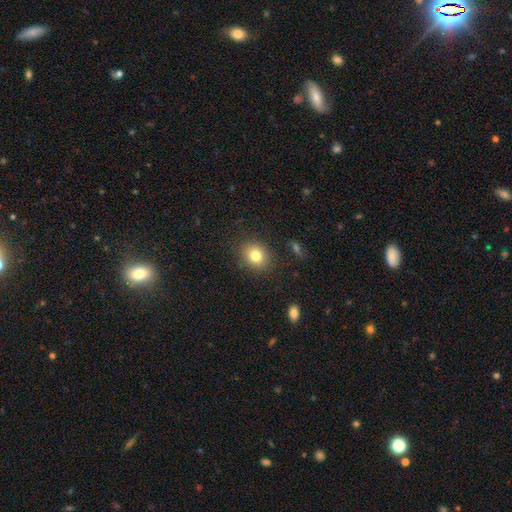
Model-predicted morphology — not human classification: A smooth galaxy with no disk features (80%) that is round (60%). Merging: none (86%).